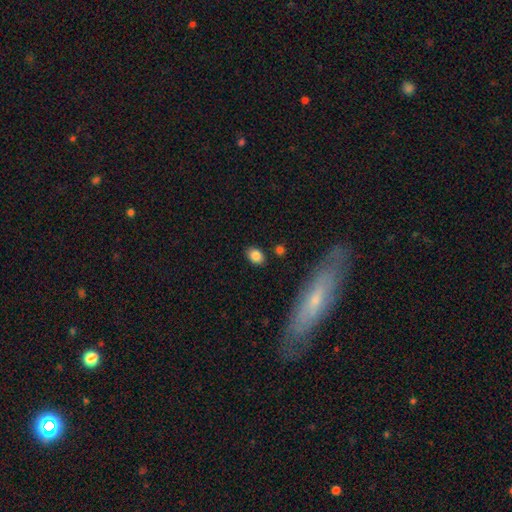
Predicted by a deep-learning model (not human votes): Smooth or featured? Predicted: smooth (p=0.85). How rounded? Predicted: in between (p=0.75). Merging? Predicted: none (p=0.85).